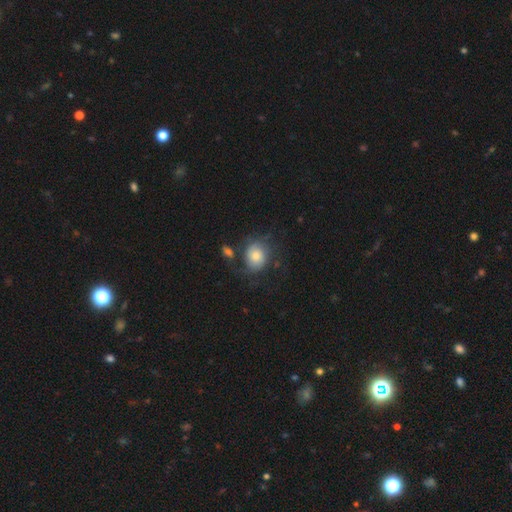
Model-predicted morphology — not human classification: Smooth or featured? Predicted: smooth (p=0.49). Merging? Predicted: none (p=0.53).